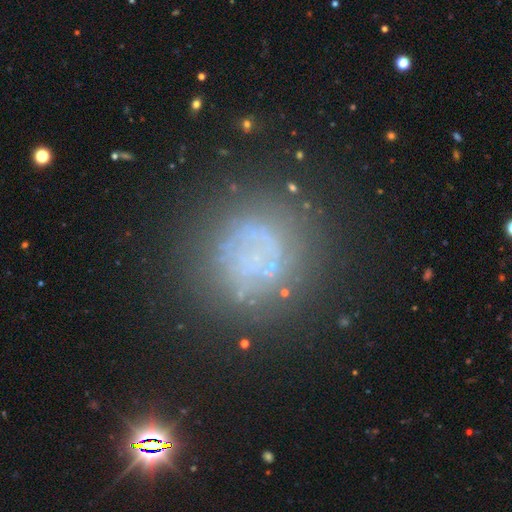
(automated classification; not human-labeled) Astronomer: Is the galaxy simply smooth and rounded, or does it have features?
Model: featured or disk — 40% (runner-up: smooth, 35%).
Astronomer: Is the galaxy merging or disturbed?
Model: none — 69%.